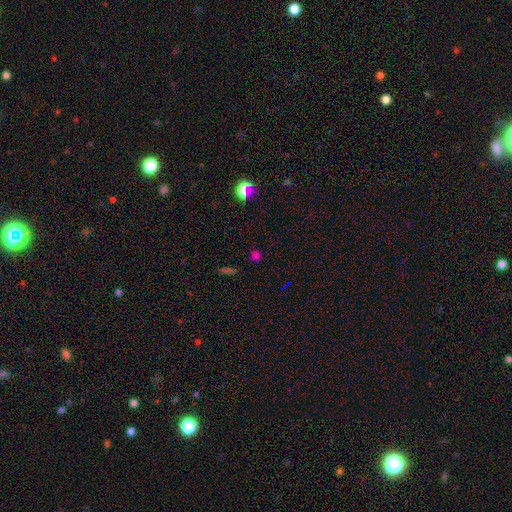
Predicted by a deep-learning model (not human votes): The model was most divided on "smooth or featured": smooth: 51%, star or artifact: 43%, featured or disk: 6%. More confident: merging — none (85%); how rounded — round (83%).